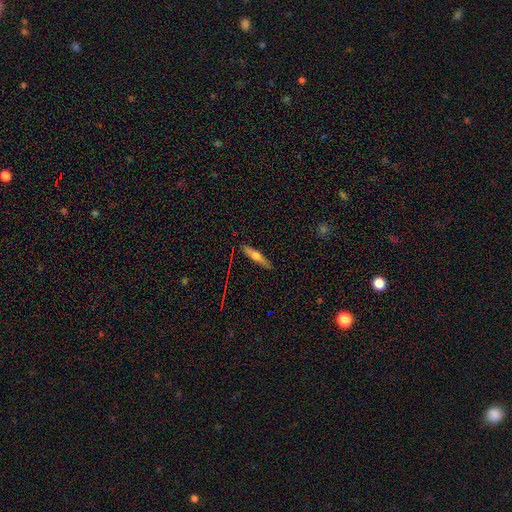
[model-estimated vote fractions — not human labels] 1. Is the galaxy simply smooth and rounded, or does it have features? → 51% smooth, 41% featured or disk, 8% star or artifact.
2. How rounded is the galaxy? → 82% cigar-shaped, 16% in between, 2% round.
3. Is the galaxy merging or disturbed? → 87% none, 10% minor disturbance, 2% major disturbance, 2% merger.